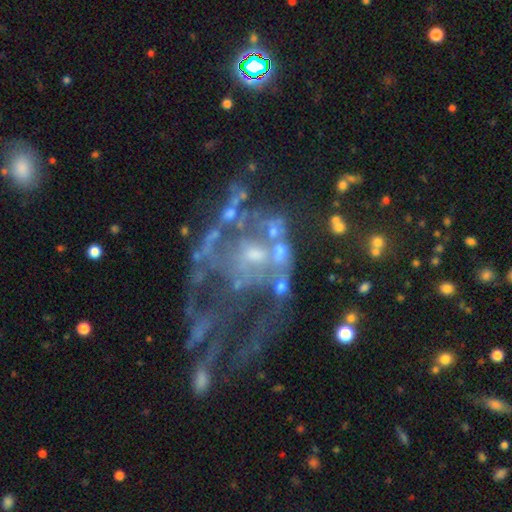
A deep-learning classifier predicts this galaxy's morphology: type=featured or disk (75%); edge-on=no (97%); bar=no (79%); spiral arms=no (55%); bulge=small (39%); merging=major disturbance (43%).